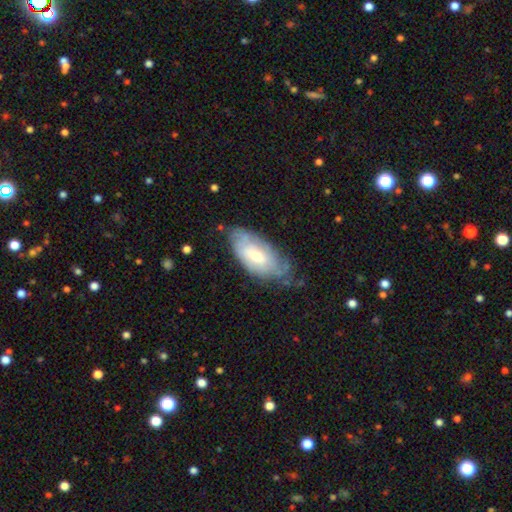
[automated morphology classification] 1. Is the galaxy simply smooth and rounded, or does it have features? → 48% featured or disk, 46% smooth, 6% star or artifact.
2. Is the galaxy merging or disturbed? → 57% none, 31% minor disturbance, 10% major disturbance, 2% merger.